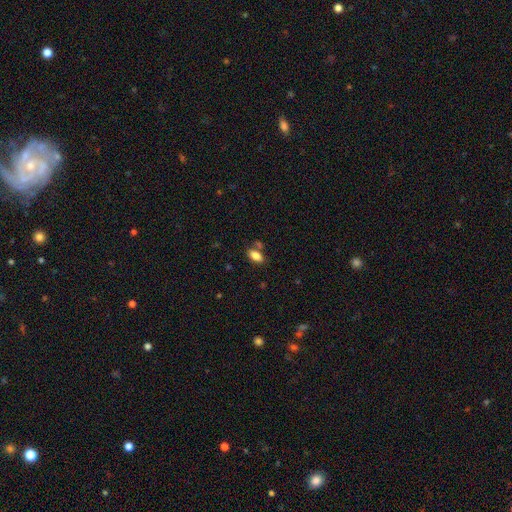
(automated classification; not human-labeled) Q: Smooth or featured?
A: smooth (84%); runner-up: star or artifact (9%)
Q: How rounded?
A: in between (91%); runner-up: cigar-shaped (5%)
Q: Merging?
A: none (71%); runner-up: merger (13%)